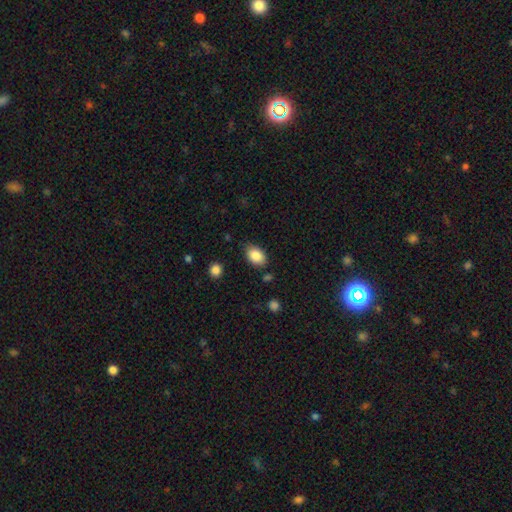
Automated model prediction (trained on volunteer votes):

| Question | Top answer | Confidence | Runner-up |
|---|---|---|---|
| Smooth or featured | smooth | 86% | star or artifact (8%) |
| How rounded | in between | 87% | round (12%) |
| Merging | none | 78% | minor disturbance (16%) |